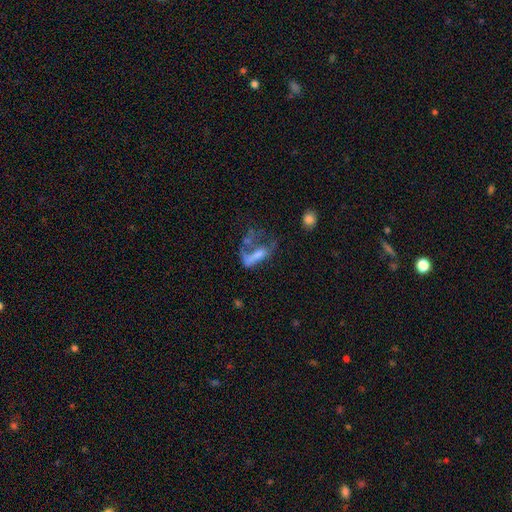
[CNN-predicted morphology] Smooth or featured: smooth — 47% (featured or disk — 40%)
Merging: major disturbance — 46% (none — 21%)